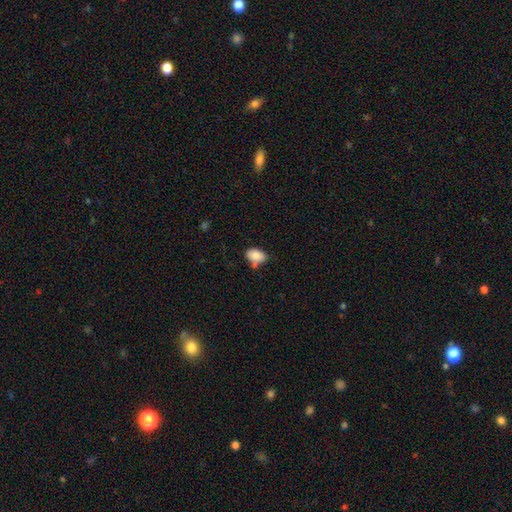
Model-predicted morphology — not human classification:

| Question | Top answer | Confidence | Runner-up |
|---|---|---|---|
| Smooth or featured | smooth | 84% | star or artifact (8%) |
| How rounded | in between | 85% | round (14%) |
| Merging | none | 52% | minor disturbance (28%) |